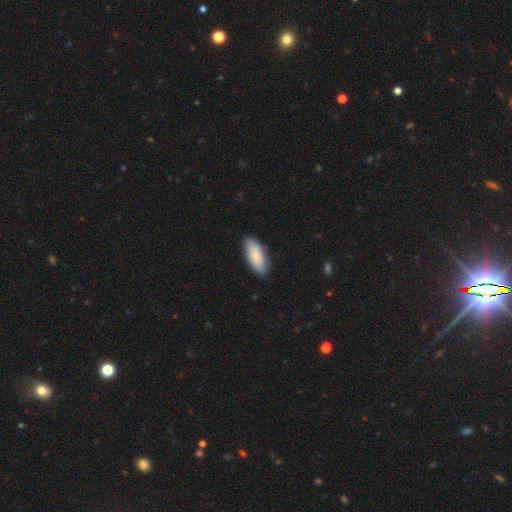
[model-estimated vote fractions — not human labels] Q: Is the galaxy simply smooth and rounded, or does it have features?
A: smooth — 84%.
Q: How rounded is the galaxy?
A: in between — 82%.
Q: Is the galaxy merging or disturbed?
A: none — 85%.